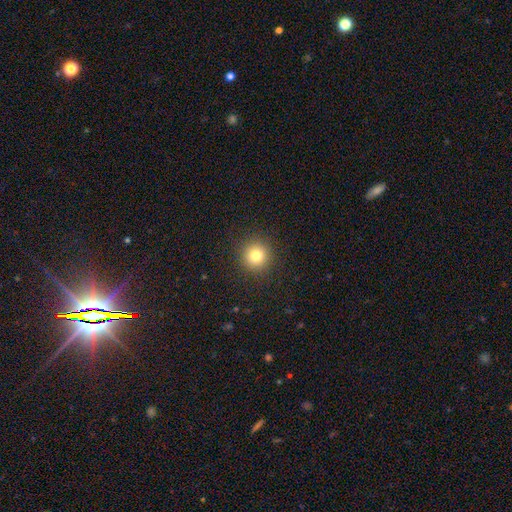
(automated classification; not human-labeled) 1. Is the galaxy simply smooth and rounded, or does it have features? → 79% smooth, 13% star or artifact, 8% featured or disk.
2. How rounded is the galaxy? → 95% round, 4% in between, 1% cigar-shaped.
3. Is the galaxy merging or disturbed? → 92% none, 5% minor disturbance, 2% major disturbance, 1% merger.